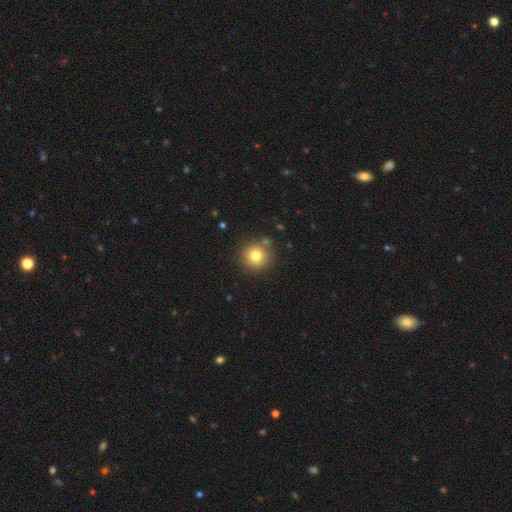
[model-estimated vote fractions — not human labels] Smooth or featured? smooth (79%)
How rounded? round (94%)
Merging? none (84%)